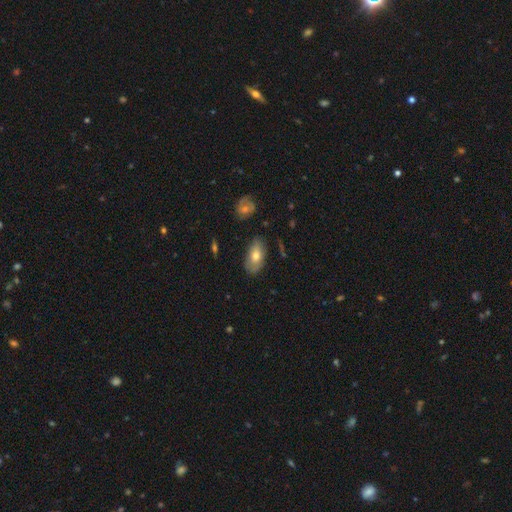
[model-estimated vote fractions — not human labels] A smooth galaxy with no disk features (69%) that is in between round and cigar-shaped (91%).

Vote fractions:
- Smooth or featured? smooth: 69% / featured or disk: 24% / star or artifact: 7%
- How rounded? in between: 91% / round: 5% / cigar-shaped: 4%
- Merging? none: 78% / minor disturbance: 17% / major disturbance: 3% / merger: 2%